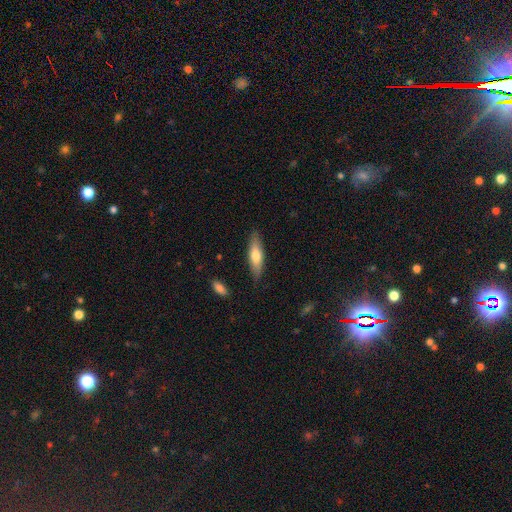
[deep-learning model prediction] Q: Smooth or featured?
A: smooth (65%); runner-up: featured or disk (29%)
Q: How rounded?
A: cigar-shaped (62%); runner-up: in between (36%)
Q: Merging?
A: none (85%); runner-up: minor disturbance (12%)